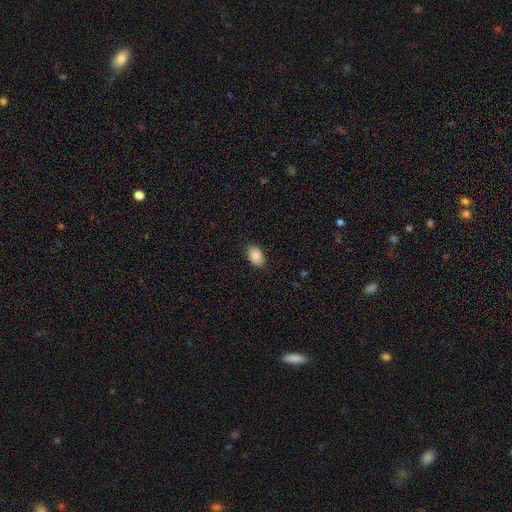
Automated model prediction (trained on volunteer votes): Smooth or featured?
  - smooth: 86% *
  - star or artifact: 7%
  - featured or disk: 6%
How rounded?
  - in between: 89% *
  - round: 10%
  - cigar-shaped: 1%
Merging?
  - none: 86% *
  - minor disturbance: 11%
  - major disturbance: 2%
  - merger: 1%